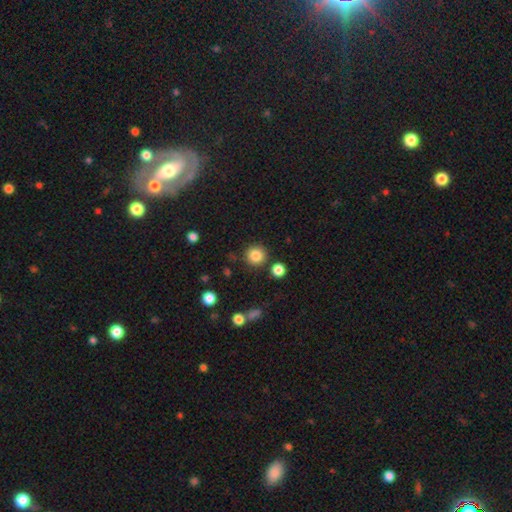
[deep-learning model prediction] Morphology: type=smooth (85%); roundness=round (94%); merging=none (87%).